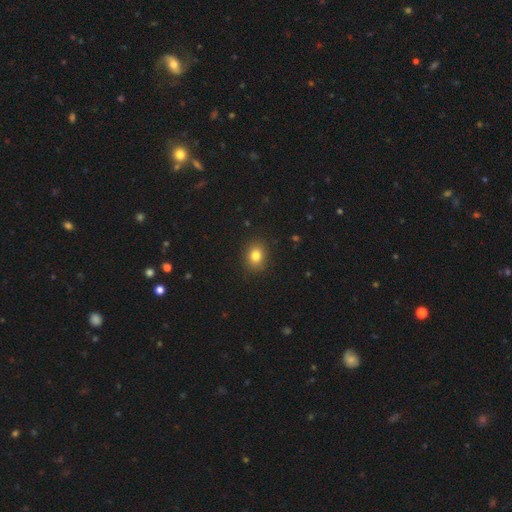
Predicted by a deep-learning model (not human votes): A smooth galaxy with no disk features (82%) that is round (57%). Merging: none (89%).